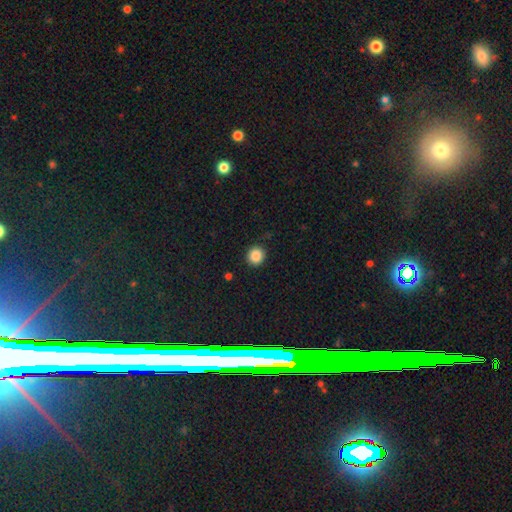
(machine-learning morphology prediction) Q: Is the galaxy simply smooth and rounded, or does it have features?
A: smooth — 87%.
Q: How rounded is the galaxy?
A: round — 91%.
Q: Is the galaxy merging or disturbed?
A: none — 91%.